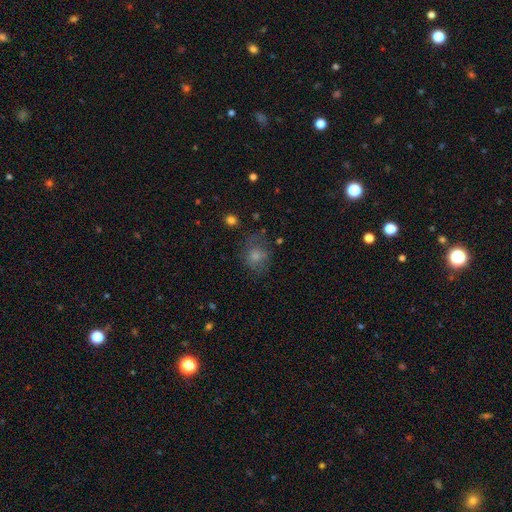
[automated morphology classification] This is likely a smooth galaxy (70%). How rounded: likely round (64%). Merging: possibly none (56%).